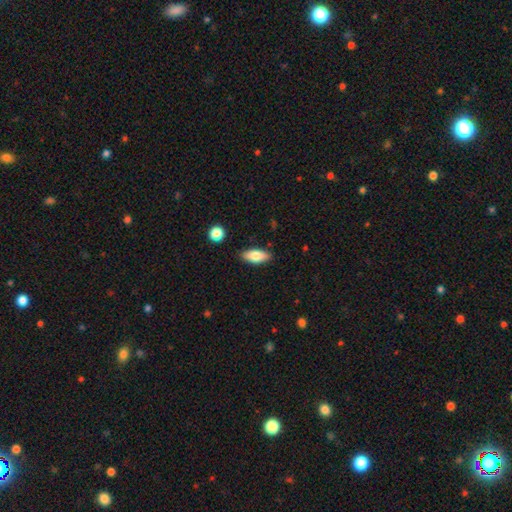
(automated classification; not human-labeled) A smooth galaxy with no disk features (78%) that is in between round and cigar-shaped (83%).

Vote fractions:
- Smooth or featured? smooth: 78% / featured or disk: 15% / star or artifact: 7%
- How rounded? in between: 83% / cigar-shaped: 14% / round: 3%
- Merging? none: 87% / minor disturbance: 9% / major disturbance: 2% / merger: 2%